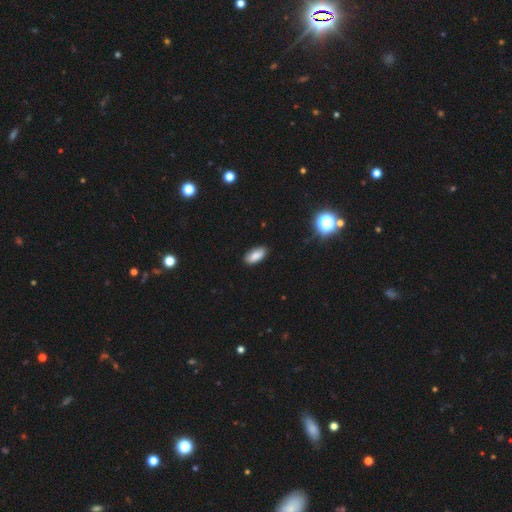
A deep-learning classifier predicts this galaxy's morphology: Q: Smooth or featured?
A: smooth (87%); runner-up: star or artifact (8%)
Q: How rounded?
A: in between (91%); runner-up: cigar-shaped (7%)
Q: Merging?
A: none (87%); runner-up: minor disturbance (10%)